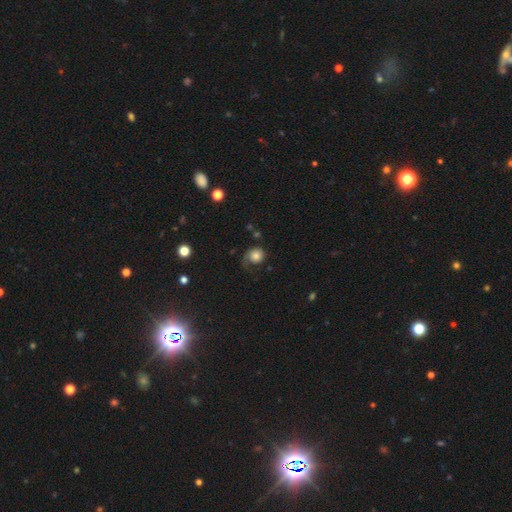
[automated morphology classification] smooth_or_featured: smooth (p=0.63) [alt: featured or disk p=0.27]
how_rounded: round (p=0.76) [alt: in between p=0.23]
merging: none (p=0.41) [alt: major disturbance p=0.31]